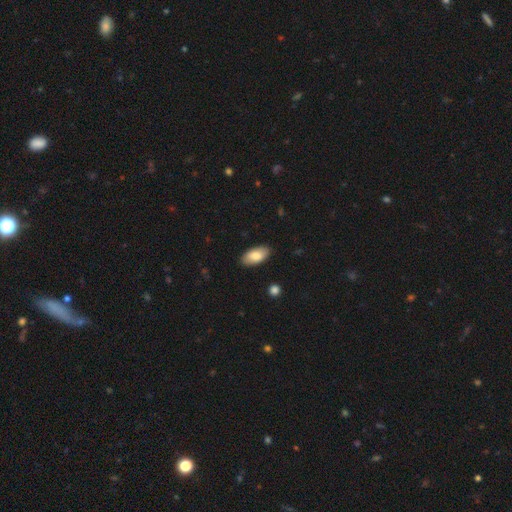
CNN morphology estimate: type=smooth (83%); roundness=in between (93%); merging=none (87%).